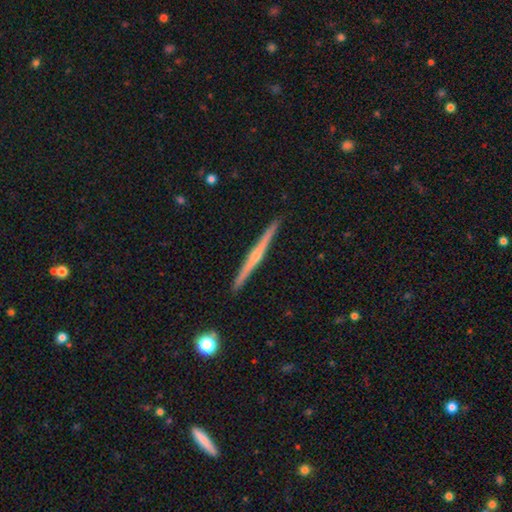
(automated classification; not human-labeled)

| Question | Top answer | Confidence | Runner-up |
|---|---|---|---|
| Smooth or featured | featured or disk | 77% | smooth (17%) |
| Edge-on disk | yes | 99% | no (1%) |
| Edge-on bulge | rounded | 72% | none (22%) |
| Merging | none | 93% | minor disturbance (5%) |